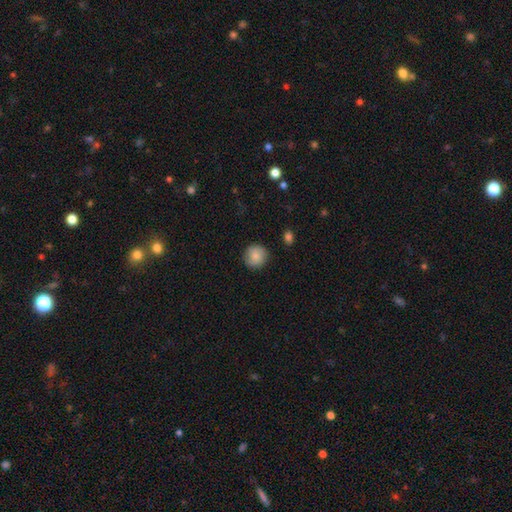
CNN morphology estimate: Overall: smooth (80%). How rounded: round (92%). Merging: none (85%).